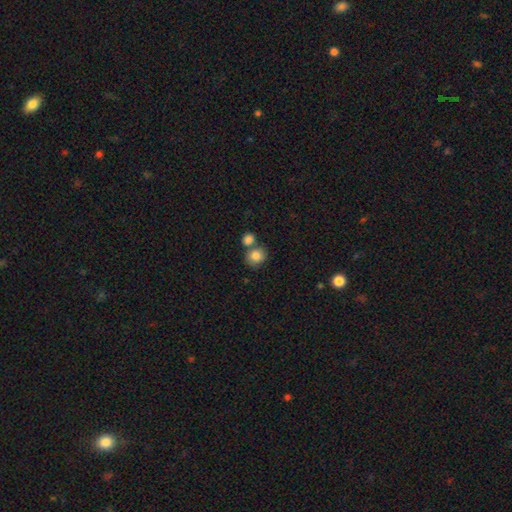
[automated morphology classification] A smooth galaxy with no disk features (84%) that is round (76%).

Vote fractions:
- Smooth or featured? smooth: 84% / star or artifact: 9% / featured or disk: 8%
- How rounded? round: 76% / in between: 23% / cigar-shaped: 1%
- Merging? none: 55% / merger: 31% / minor disturbance: 10% / major disturbance: 3%